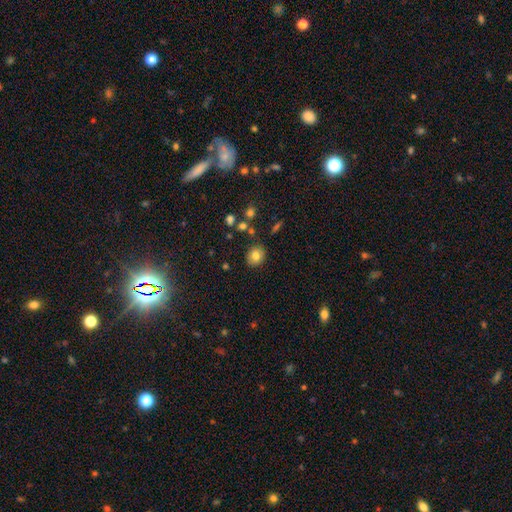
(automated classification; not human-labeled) Q: Smooth or featured?
A: smooth (80%); runner-up: star or artifact (10%)
Q: How rounded?
A: round (63%); runner-up: in between (36%)
Q: Merging?
A: none (84%); runner-up: minor disturbance (10%)